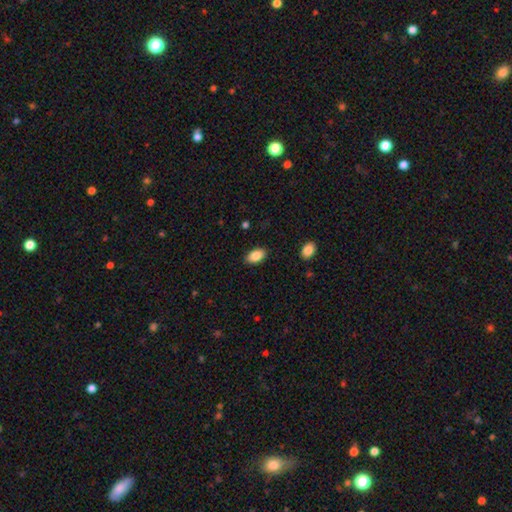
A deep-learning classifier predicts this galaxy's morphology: A smooth galaxy with no disk features (87%) that is in between round and cigar-shaped (93%).

Vote fractions:
- Smooth or featured? smooth: 87% / star or artifact: 7% / featured or disk: 6%
- How rounded? in between: 93% / round: 5% / cigar-shaped: 2%
- Merging? none: 87% / minor disturbance: 9% / major disturbance: 2% / merger: 1%